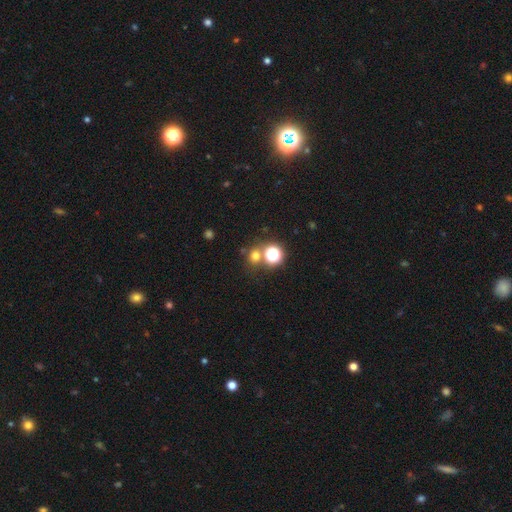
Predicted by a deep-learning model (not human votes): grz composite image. It shows a smooth galaxy with no disk features (63%) that is round (86%). Merging: none (69%).